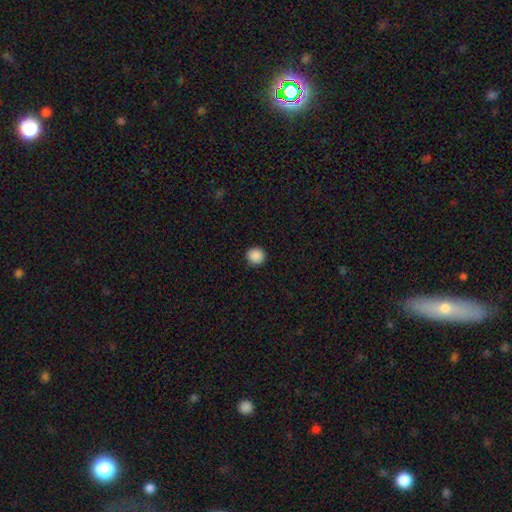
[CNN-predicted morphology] Smooth or featured?
  - smooth: 88% *
  - star or artifact: 9%
  - featured or disk: 2%
How rounded?
  - round: 92% *
  - in between: 7%
  - cigar-shaped: 1%
Merging?
  - none: 91% *
  - minor disturbance: 7%
  - major disturbance: 2%
  - merger: 1%